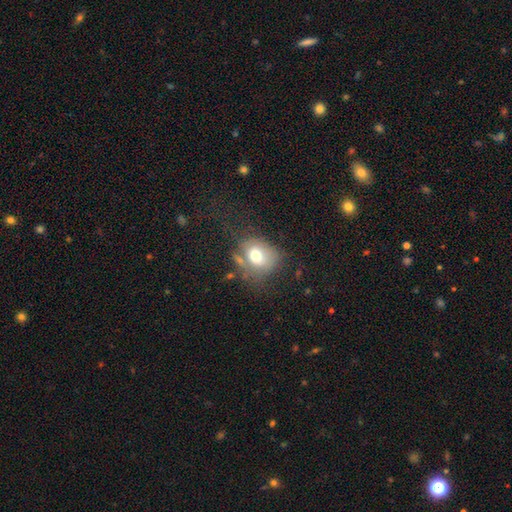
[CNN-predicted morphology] Smooth or featured?
  - smooth: 69% *
  - featured or disk: 19%
  - star or artifact: 11%
How rounded?
  - round: 51% *
  - in between: 48%
  - cigar-shaped: 1%
Merging?
  - none: 48% *
  - minor disturbance: 25%
  - major disturbance: 18%
  - merger: 10%